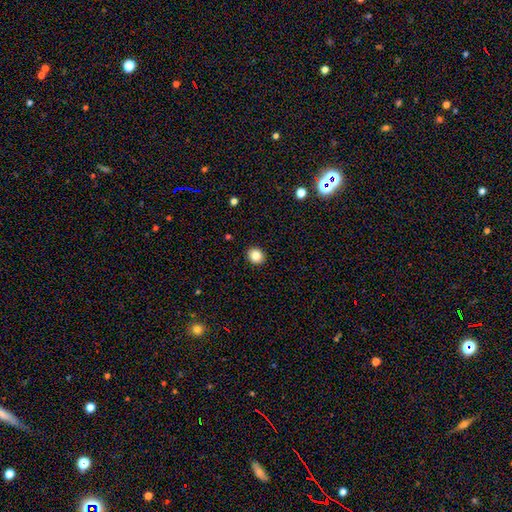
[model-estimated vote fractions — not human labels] A smooth galaxy with no disk features (85%) that is round (71%).

Vote fractions:
- Smooth or featured? smooth: 85% / star or artifact: 10% / featured or disk: 6%
- How rounded? round: 71% / in between: 28% / cigar-shaped: 1%
- Merging? none: 92% / minor disturbance: 6% / major disturbance: 2% / merger: 1%